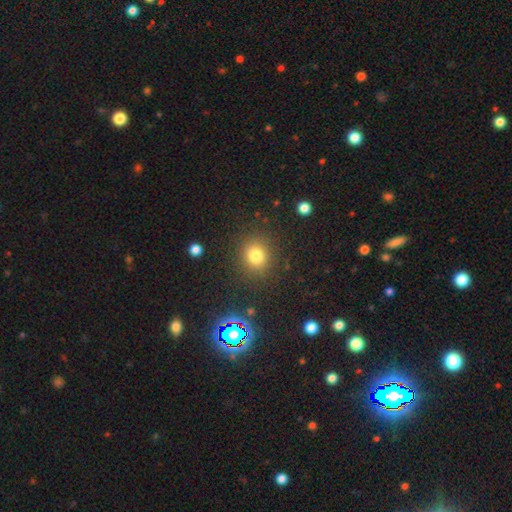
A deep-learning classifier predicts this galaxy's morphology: type=smooth (78%); roundness=round (84%); merging=none (87%).